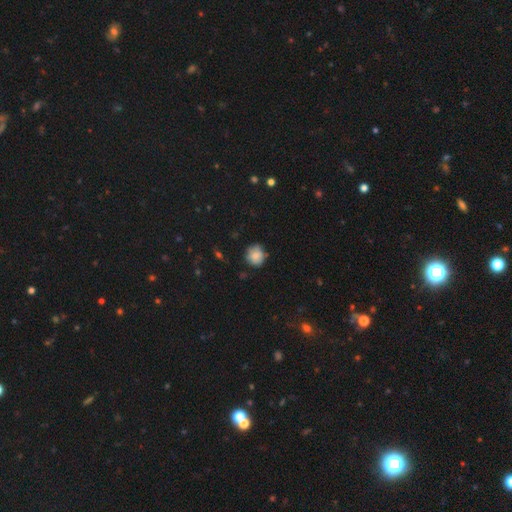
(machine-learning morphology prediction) The model was most divided on "merging": none: 71%, minor disturbance: 23%, major disturbance: 5%, merger: 2%. More confident: how rounded — round (85%); smooth or featured — smooth (81%).